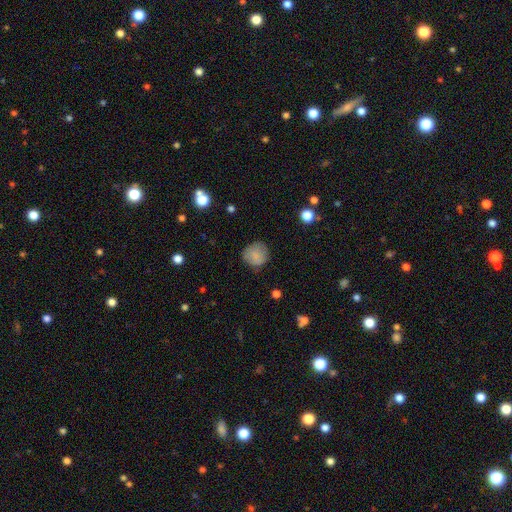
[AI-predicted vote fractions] Overall: smooth (82%). How rounded: round (87%). Merging: none (77%).